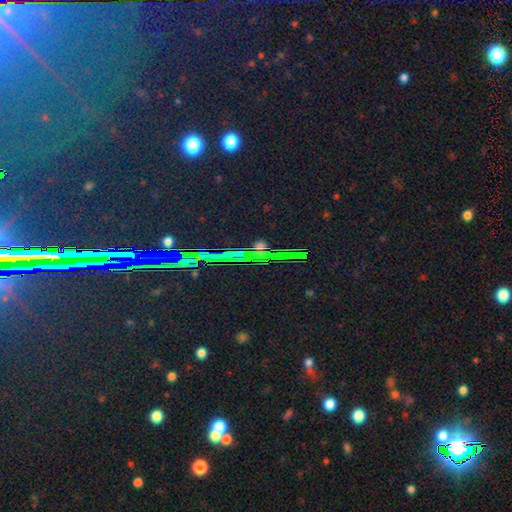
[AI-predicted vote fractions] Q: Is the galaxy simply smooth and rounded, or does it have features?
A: star or artifact — 79%.